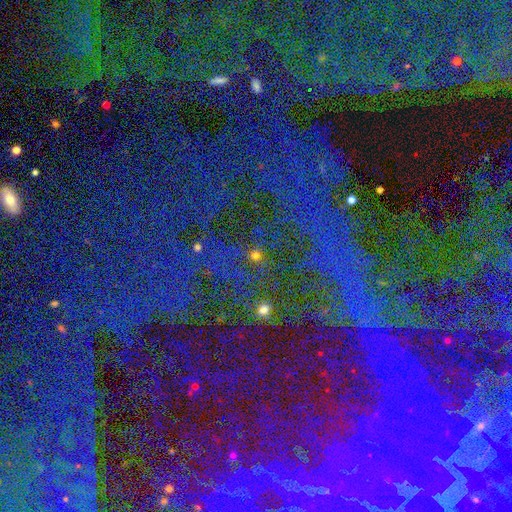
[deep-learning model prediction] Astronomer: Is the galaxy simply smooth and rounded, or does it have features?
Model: star or artifact — 67%.